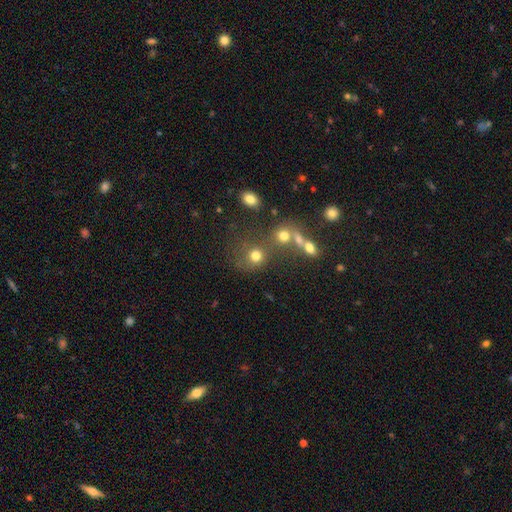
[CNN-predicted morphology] A smooth galaxy with no disk features (73%) that is round (82%). Merging: none (51%).